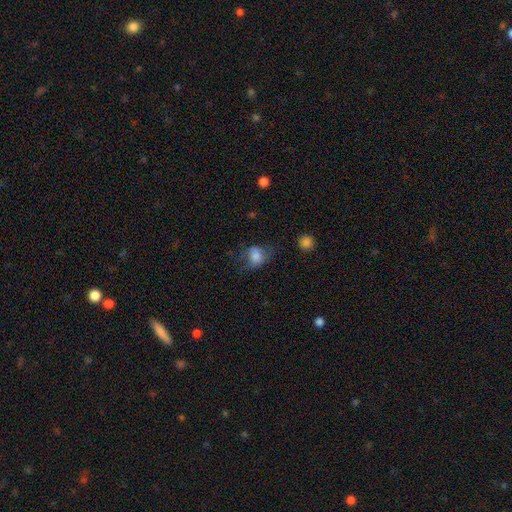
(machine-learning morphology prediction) This appears to be a smooth galaxy with no disk features (72%) that is in between round and cigar-shaped (52%). Merging: none (42%).